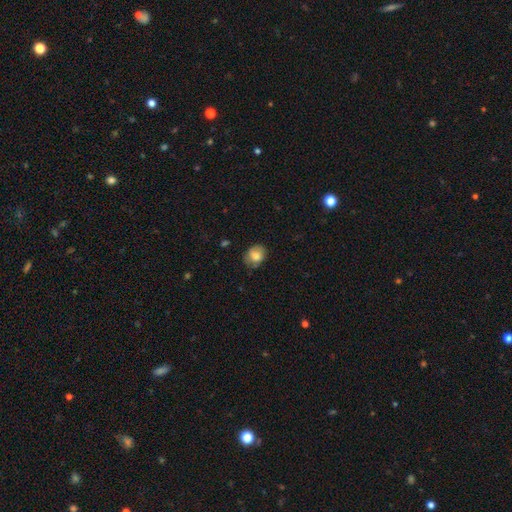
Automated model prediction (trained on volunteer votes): Q: Smooth or featured?
A: smooth (77%); runner-up: featured or disk (14%)
Q: How rounded?
A: round (54%); runner-up: in between (46%)
Q: Merging?
A: none (63%); runner-up: minor disturbance (27%)